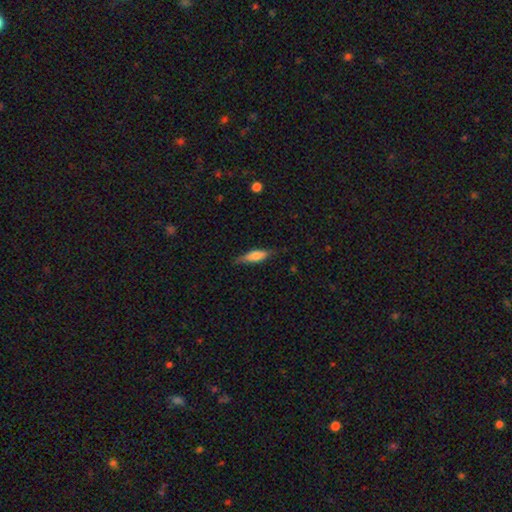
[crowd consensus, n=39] Smooth or featured?
  - smooth: 72% *
  - featured or disk: 26%
  - star or artifact: 3%
How rounded?
  - in between: 54% *
  - cigar-shaped: 46%
  - round: 0%
Merging?
  - none: 82% *
  - minor disturbance: 11%
  - major disturbance: 5%
  - merger: 3%